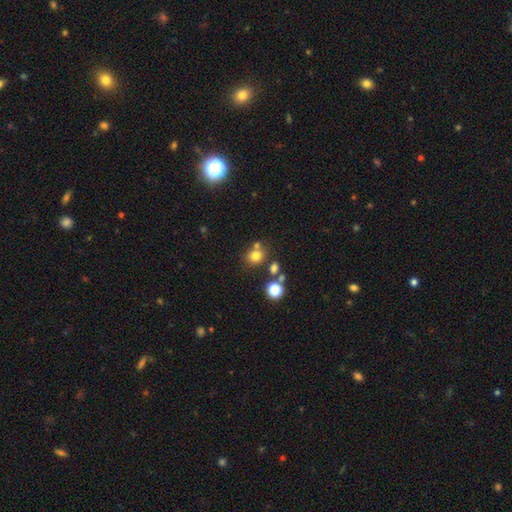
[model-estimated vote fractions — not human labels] This is likely a smooth galaxy (75%). How rounded: likely round (76%). Merging: likely none (64%).